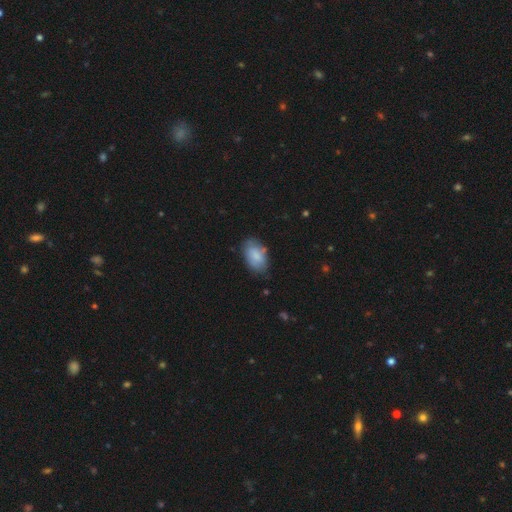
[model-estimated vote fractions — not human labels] This appears to be a smooth galaxy with no disk features (80%) that is in between round and cigar-shaped (93%). Merging: none (72%).